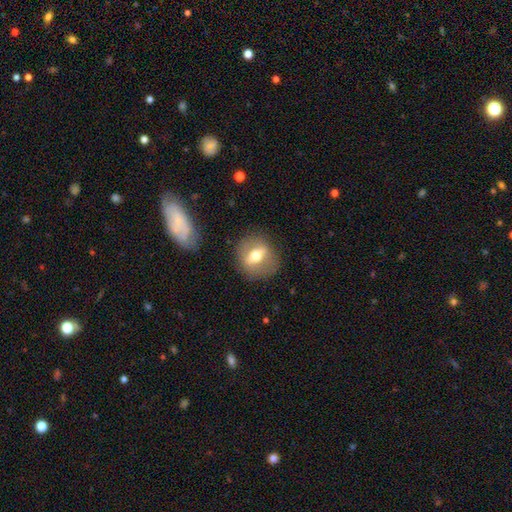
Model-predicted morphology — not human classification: type=featured or disk (49%); merging=none (82%).